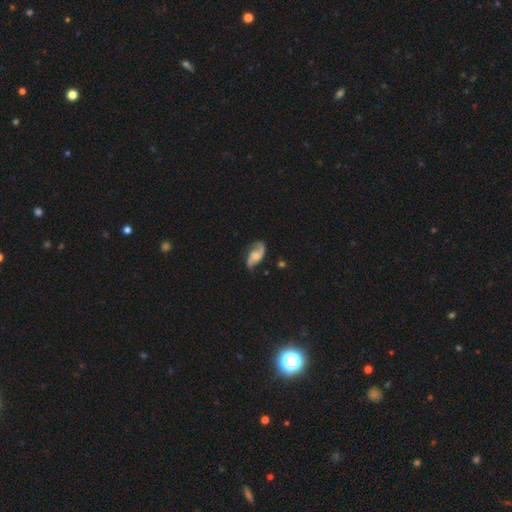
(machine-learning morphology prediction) smooth-or-featured: featured or disk: 81% | smooth: 13% | star or artifact: 6%
  disk-edge-on: no: 97% | yes: 3%
    bar: no: 55% | weak: 37% | strong: 8%
    has-spiral-arms: yes: 96% | no: 4%
      spiral-winding: loose: 47% | medium: 40% | tight: 13%
      spiral-arm-count: 2: 90% | can't tell: 4% | 1: 3% | 3: 2% | 4: 1% | more than 4: 1%
    bulge-size: moderate: 35% | small: 33% | none: 21% | large: 9% | dominant: 2%
  merging: none: 68% | minor disturbance: 20% | major disturbance: 10% | merger: 3%